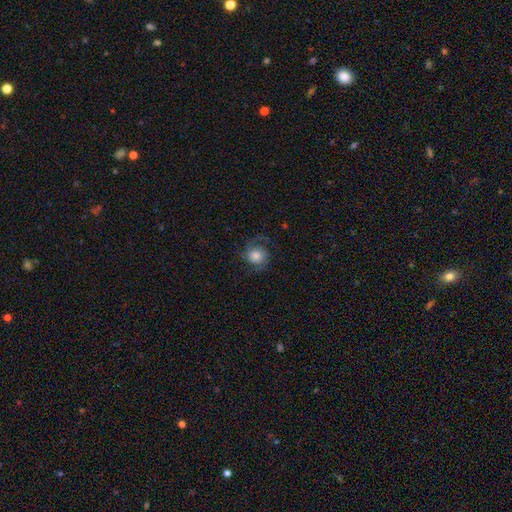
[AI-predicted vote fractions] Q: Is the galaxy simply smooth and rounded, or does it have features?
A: featured or disk — 52%.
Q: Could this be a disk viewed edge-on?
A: no — 97%.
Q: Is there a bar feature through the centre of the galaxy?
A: no — 77%.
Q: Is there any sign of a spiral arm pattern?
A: yes — 91%.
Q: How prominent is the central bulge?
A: large — 37%, tied with moderate.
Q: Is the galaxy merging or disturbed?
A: none — 69%.